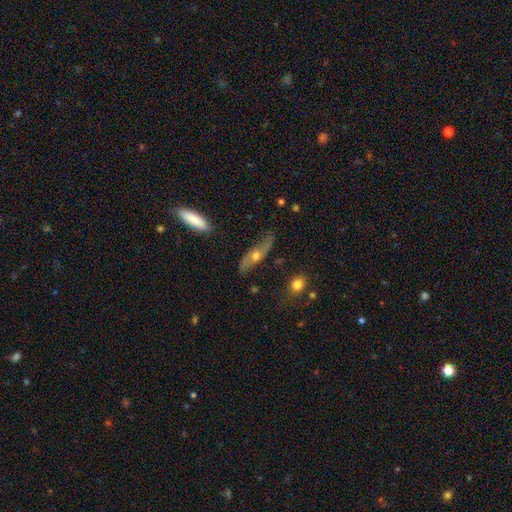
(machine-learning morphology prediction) This is likely a featured or disk galaxy (64%). It is possibly not viewed edge-on (54%). Merging: likely none (68%).